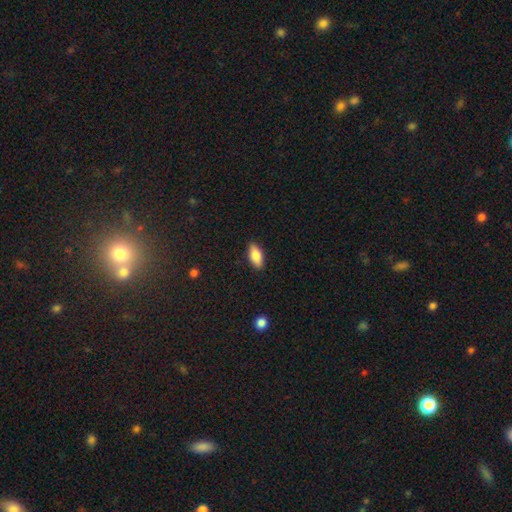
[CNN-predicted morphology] Smooth or featured: smooth — 82% (featured or disk — 11%)
How rounded: in between — 86% (cigar-shaped — 11%)
Merging: none — 89% (minor disturbance — 8%)